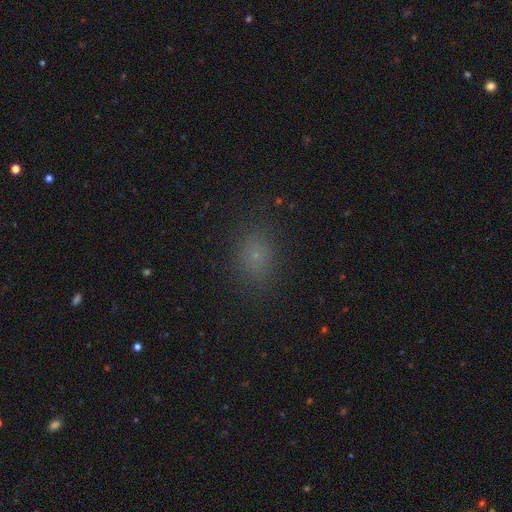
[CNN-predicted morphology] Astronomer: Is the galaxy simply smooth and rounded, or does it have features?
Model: smooth — 71%.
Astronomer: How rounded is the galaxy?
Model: in between — 55% (runner-up: round, 43%).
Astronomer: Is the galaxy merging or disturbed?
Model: none — 83%.